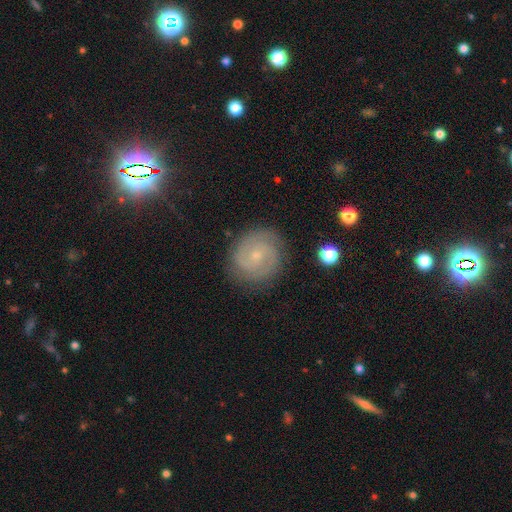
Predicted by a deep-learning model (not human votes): The model was most divided on "spiral winding": tight: 60%, medium: 33%, loose: 7%. More confident: edge-on disk — no (98%); spiral arms — yes (95%); merging — none (85%); smooth or featured — featured or disk (78%); bulge size — small (77%); spiral arm count — 2 (75%); bar — no (61%).